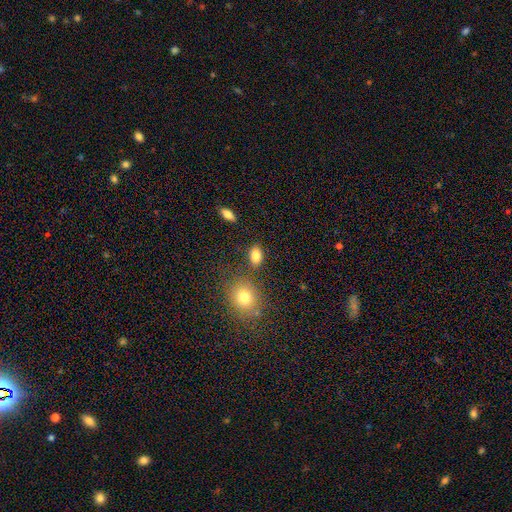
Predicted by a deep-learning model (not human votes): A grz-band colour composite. It shows a smooth galaxy with no disk features (84%) that is in between round and cigar-shaped (82%). Merging: none (79%).